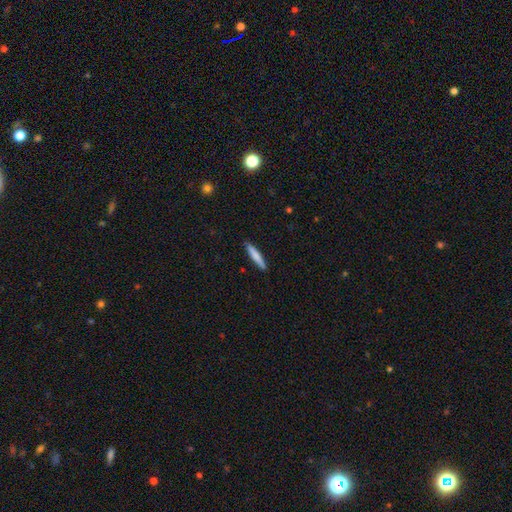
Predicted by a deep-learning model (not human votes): smooth_or_featured: smooth (p=0.74) [alt: featured or disk p=0.21]
how_rounded: cigar-shaped (p=0.92) [alt: in between p=0.06]
merging: none (p=0.91) [alt: minor disturbance p=0.07]